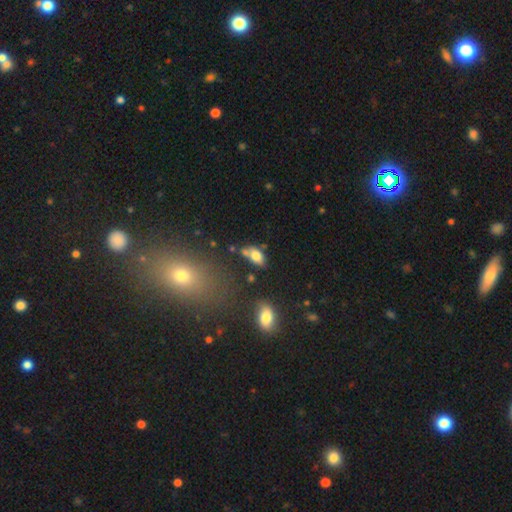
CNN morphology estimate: Smooth or featured? Predicted: smooth (p=0.74). How rounded? Predicted: in between (p=0.87). Merging? Predicted: none (p=0.45).